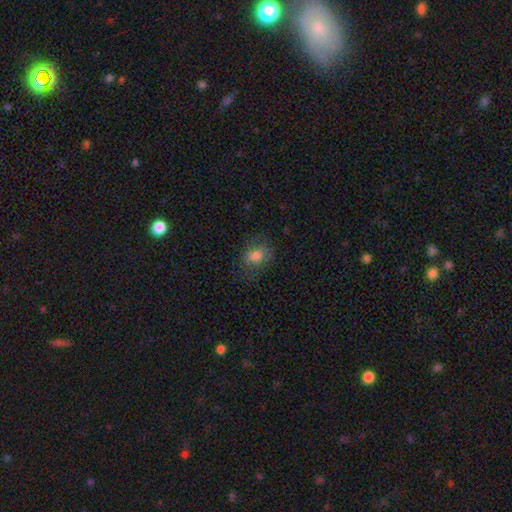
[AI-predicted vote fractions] Smooth or featured? Predicted: smooth (p=0.77). How rounded? Predicted: in between (p=0.62). Merging? Predicted: none (p=0.67).